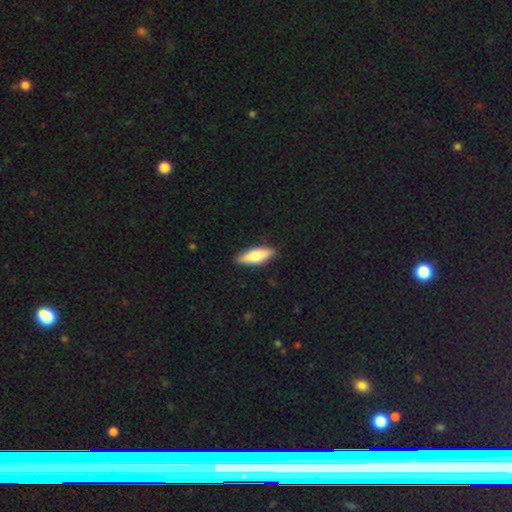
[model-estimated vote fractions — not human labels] This appears to be a smooth galaxy with no disk features (73%) that is in between round and cigar-shaped (53%). Merging: none (87%).